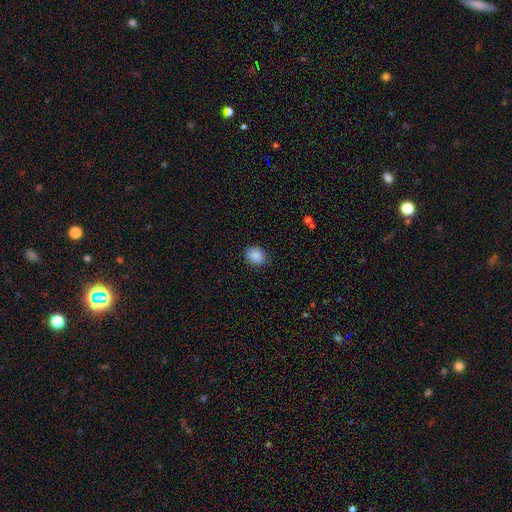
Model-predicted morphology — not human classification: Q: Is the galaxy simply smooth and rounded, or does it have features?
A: smooth — 88%.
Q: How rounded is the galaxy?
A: round — 51%.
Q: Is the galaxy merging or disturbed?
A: none — 85%.